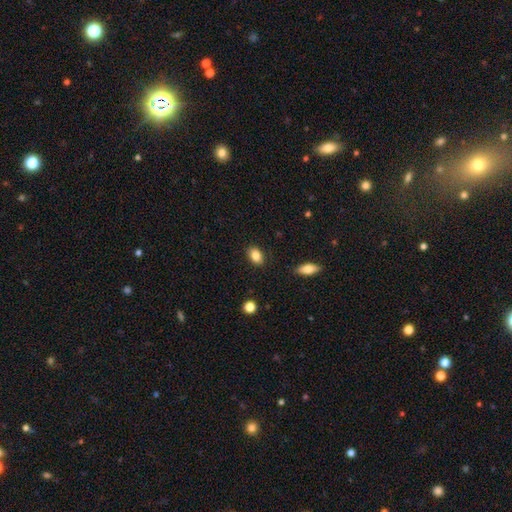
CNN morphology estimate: smooth-or-featured: smooth: 85% | star or artifact: 8% | featured or disk: 7%
  how-rounded: in between: 83% | round: 16% | cigar-shaped: 2%
  merging: none: 88% | minor disturbance: 9% | major disturbance: 2% | merger: 1%